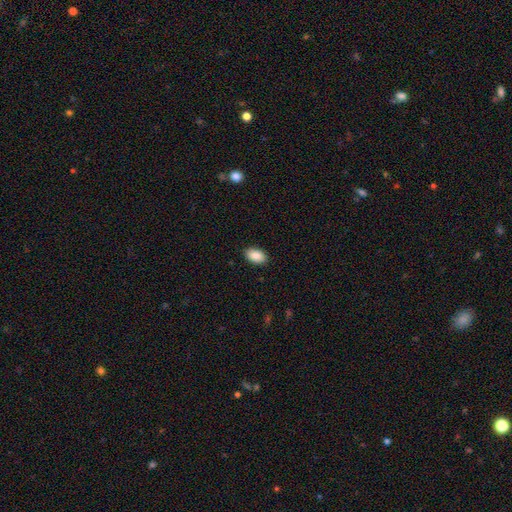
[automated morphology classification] A smooth galaxy with no disk features (89%) that is in between round and cigar-shaped (94%).

Vote fractions:
- Smooth or featured? smooth: 89% / star or artifact: 7% / featured or disk: 4%
- How rounded? in between: 94% / round: 5% / cigar-shaped: 2%
- Merging? none: 89% / minor disturbance: 8% / major disturbance: 2% / merger: 1%